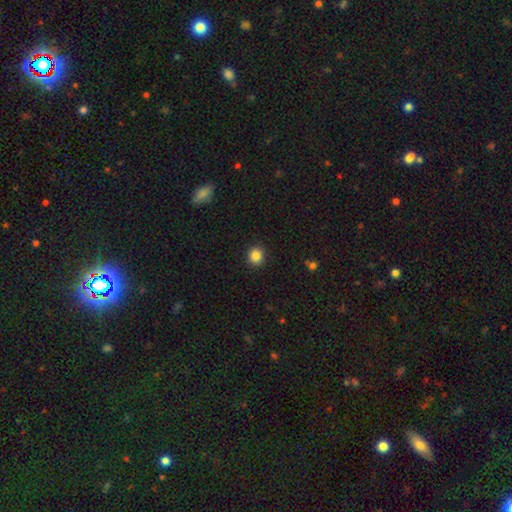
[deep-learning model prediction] Smooth or featured?
  - smooth: 85% *
  - star or artifact: 11%
  - featured or disk: 4%
How rounded?
  - round: 88% *
  - in between: 11%
  - cigar-shaped: 1%
Merging?
  - none: 92% *
  - minor disturbance: 6%
  - major disturbance: 2%
  - merger: 1%